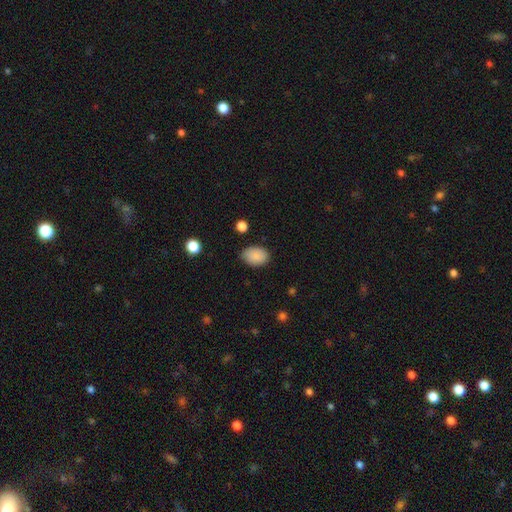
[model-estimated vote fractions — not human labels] This appears to be a smooth galaxy with no disk features (87%) that is in between round and cigar-shaped (82%). Merging: none (81%).